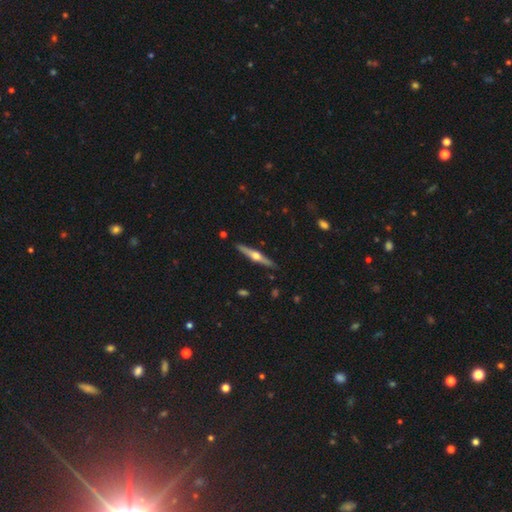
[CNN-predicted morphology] A featured or disk galaxy (71%) viewed edge-on (98%) with a rounded central bulge (94%).

Vote fractions:
- Smooth or featured? featured or disk: 71% / smooth: 24% / star or artifact: 5%
- Edge-on disk? yes: 98% / no: 2%
- Edge-on bulge? rounded: 94% / none: 3% / boxy: 3%
- Merging? none: 90% / minor disturbance: 7% / major disturbance: 1% / merger: 1%